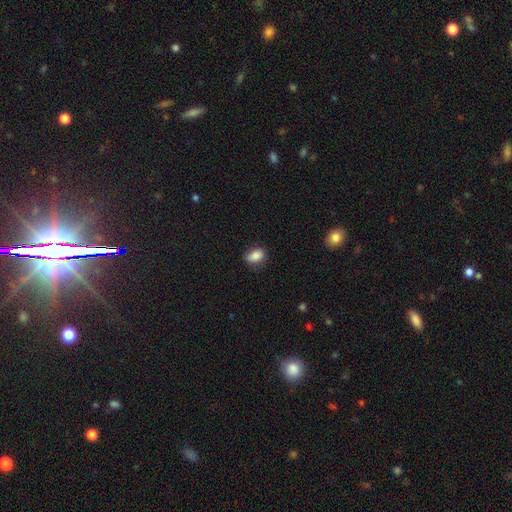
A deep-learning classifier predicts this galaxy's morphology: smooth 86%, star or artifact 8%, featured or disk 5%. Down the decision tree: how rounded — in between (80%); merging — none (73%).